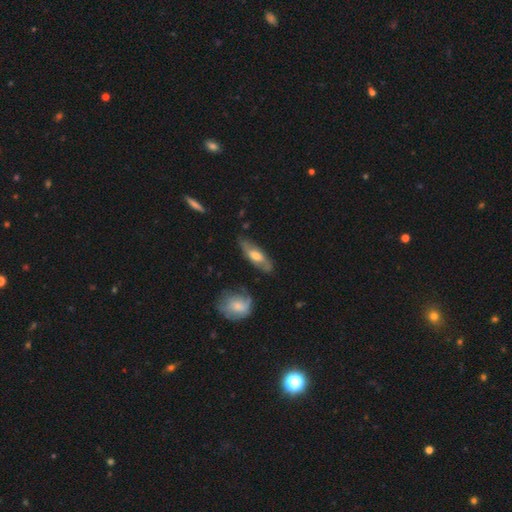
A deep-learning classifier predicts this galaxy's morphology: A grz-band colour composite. It shows a featured or disk galaxy (52%). Merging: none (73%).